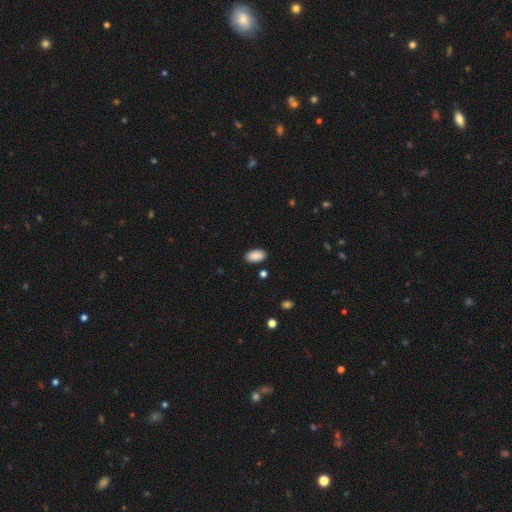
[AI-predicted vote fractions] smooth_or_featured: smooth (p=0.89) [alt: star or artifact p=0.07]
how_rounded: in between (p=0.94) [alt: round p=0.04]
merging: none (p=0.87) [alt: minor disturbance p=0.09]